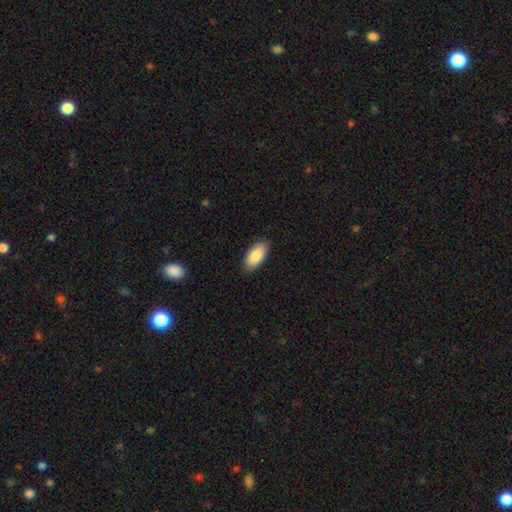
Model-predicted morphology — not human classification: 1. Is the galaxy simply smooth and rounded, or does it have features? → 87% smooth, 8% featured or disk, 6% star or artifact.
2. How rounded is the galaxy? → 93% in between, 6% cigar-shaped, 2% round.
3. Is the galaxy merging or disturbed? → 85% none, 12% minor disturbance, 2% major disturbance, 1% merger.